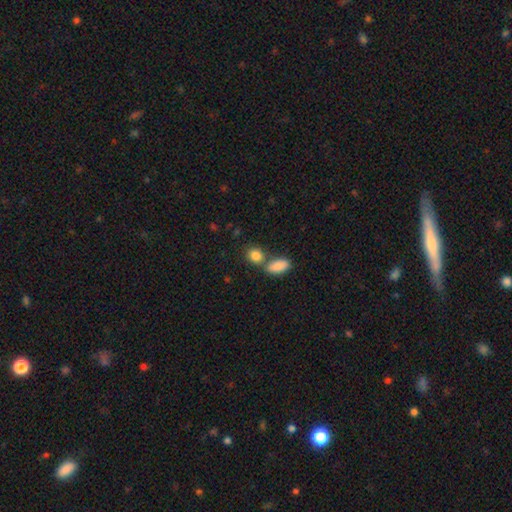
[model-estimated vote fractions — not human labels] Overall: smooth (85%). How rounded: in between (49%; round 48%). Merging: none (51%; merger 37%).